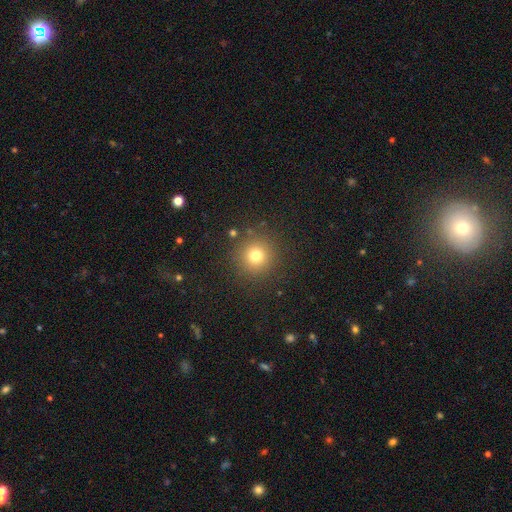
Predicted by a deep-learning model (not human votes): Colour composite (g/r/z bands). It shows a smooth galaxy with no disk features (75%) that is round (95%). Merging: none (88%).